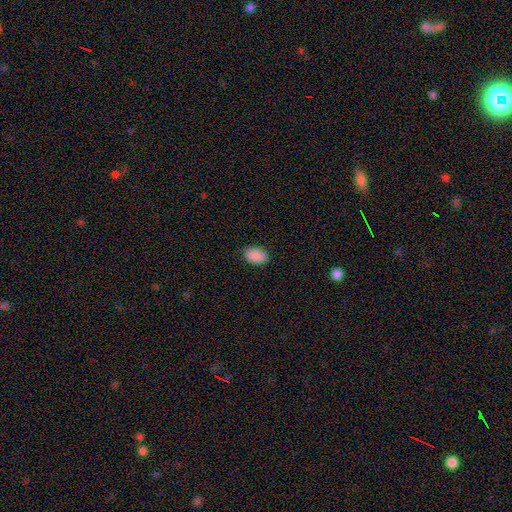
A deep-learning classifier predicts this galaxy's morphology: The model was most divided on "how rounded": in between: 89%, round: 10%, cigar-shaped: 1%. More confident: smooth or featured — smooth (90%); merging — none (88%).